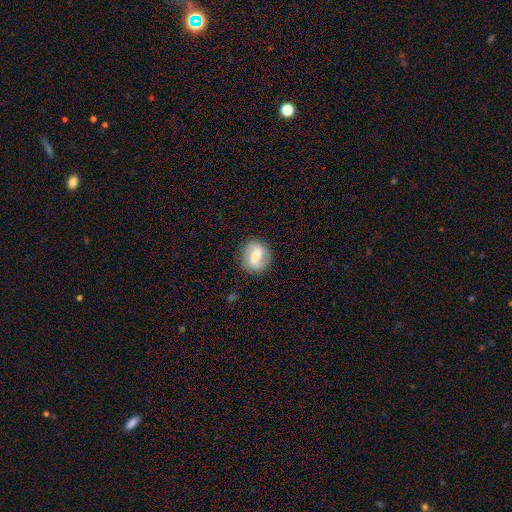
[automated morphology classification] smooth_or_featured: featured or disk (p=0.63) [alt: smooth p=0.30]
disk_edge_on: no (p=0.97) [alt: yes p=0.03]
bar: weak (p=0.49) [alt: strong p=0.34]
has_spiral_arms: yes (p=0.87) [alt: no p=0.13]
spiral_winding: loose (p=0.48) [alt: medium p=0.37]
spiral_arm_count: 2 (p=0.88) [alt: can't tell p=0.05]
bulge_size: moderate (p=0.49) [alt: small p=0.31]
merging: none (p=0.85) [alt: minor disturbance p=0.10]